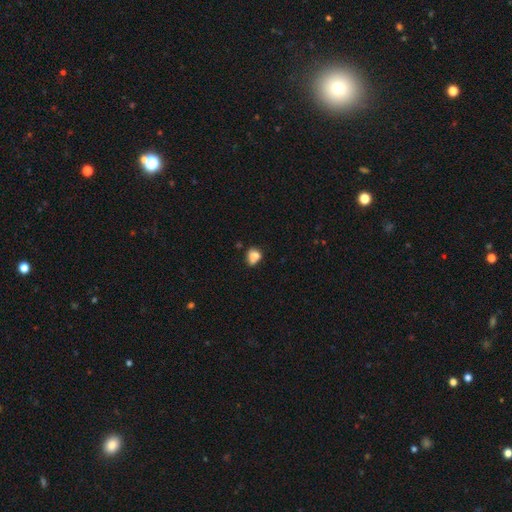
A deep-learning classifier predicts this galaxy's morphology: A smooth galaxy with no disk features (77%) that is in between round and cigar-shaped (52%).

Vote fractions:
- Smooth or featured? smooth: 77% / featured or disk: 12% / star or artifact: 11%
- How rounded? in between: 52% / round: 47% / cigar-shaped: 2%
- Merging? none: 42% / minor disturbance: 30% / merger: 17% / major disturbance: 11%